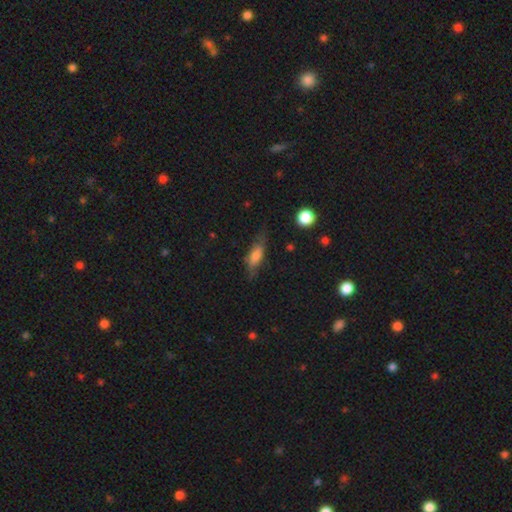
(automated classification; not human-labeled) The model was most divided on "how rounded": in between: 61%, cigar-shaped: 35%, round: 3%. More confident: smooth or featured — smooth (65%); merging — none (60%).